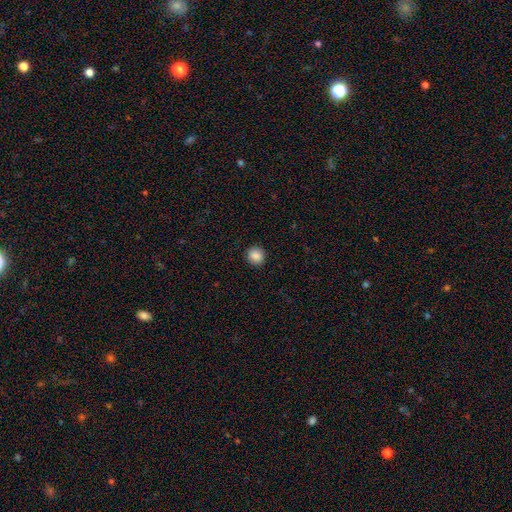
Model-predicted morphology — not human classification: smooth 88%, star or artifact 9%, featured or disk 3%. Down the decision tree: how rounded — round (89%); merging — none (91%).